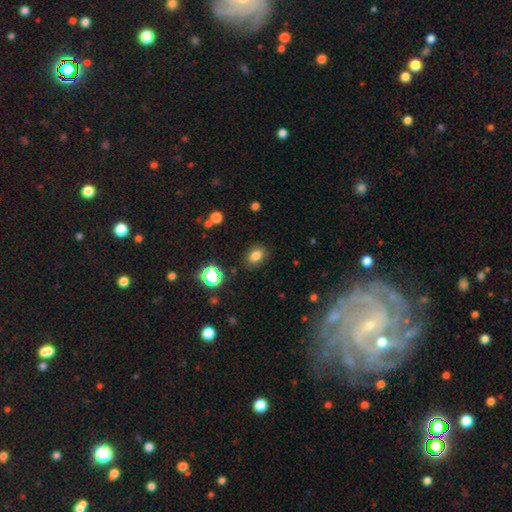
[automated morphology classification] A smooth galaxy with no disk features (81%) that is in between round and cigar-shaped (63%). Merging: none (84%).